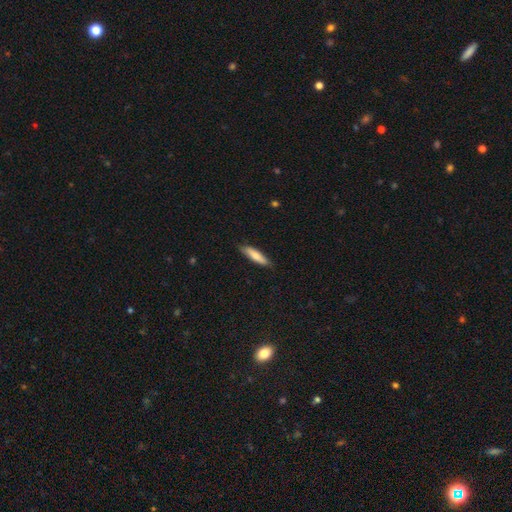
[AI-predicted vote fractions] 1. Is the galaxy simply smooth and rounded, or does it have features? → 70% smooth, 24% featured or disk, 6% star or artifact.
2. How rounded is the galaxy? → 74% cigar-shaped, 24% in between, 2% round.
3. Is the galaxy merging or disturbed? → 83% none, 14% minor disturbance, 2% major disturbance, 1% merger.